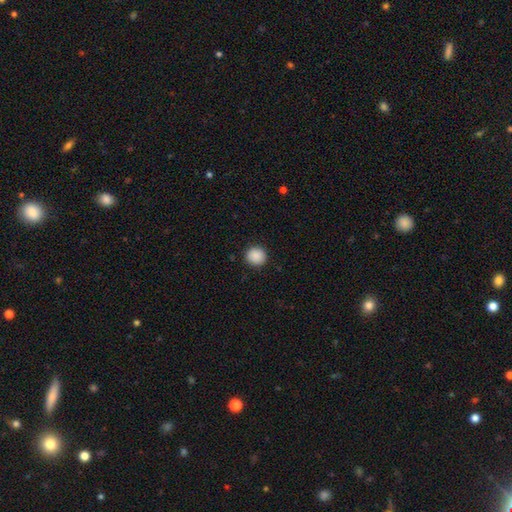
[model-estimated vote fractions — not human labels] smooth_or_featured: smooth (p=0.89) [alt: star or artifact p=0.09]
how_rounded: round (p=0.93) [alt: in between p=0.06]
merging: none (p=0.92) [alt: minor disturbance p=0.05]